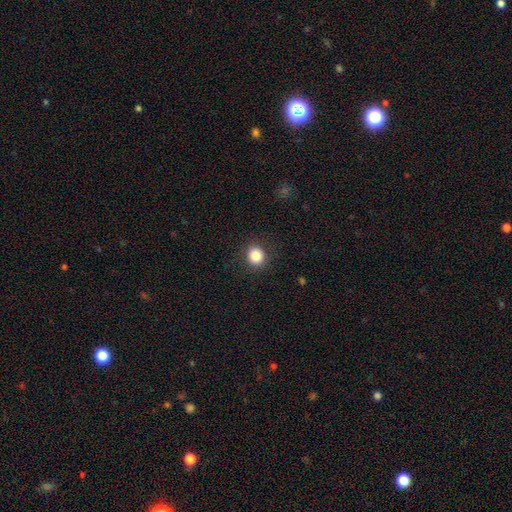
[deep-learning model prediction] Smooth or featured? smooth (85%)
How rounded? round (85%)
Merging? none (90%)